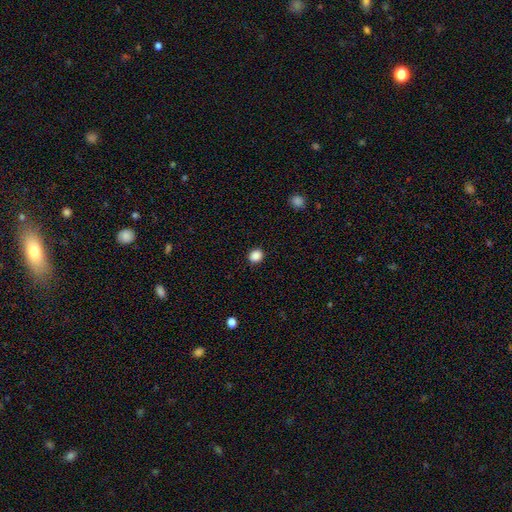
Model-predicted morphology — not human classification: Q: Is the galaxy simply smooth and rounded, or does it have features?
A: smooth — 87%.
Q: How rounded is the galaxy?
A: round — 80%.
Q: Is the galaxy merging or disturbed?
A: none — 91%.